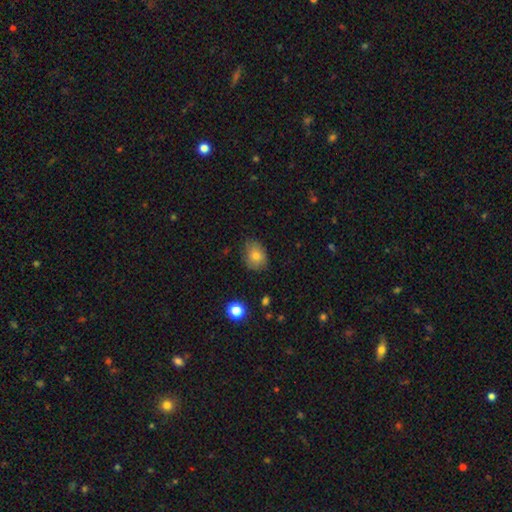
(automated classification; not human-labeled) Smooth or featured?
  - smooth: 79% *
  - featured or disk: 12%
  - star or artifact: 9%
How rounded?
  - in between: 59% *
  - round: 40%
  - cigar-shaped: 1%
Merging?
  - none: 71% *
  - minor disturbance: 23%
  - major disturbance: 4%
  - merger: 1%